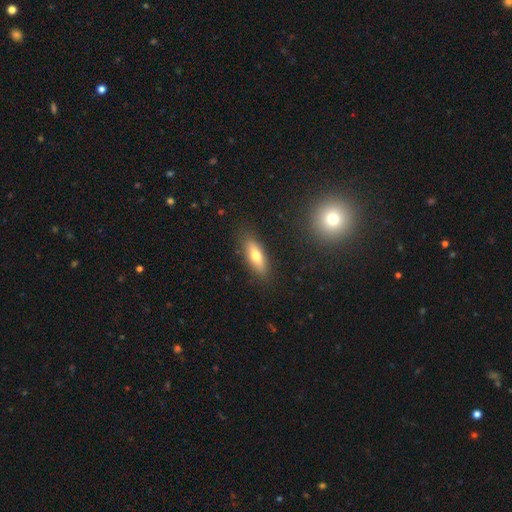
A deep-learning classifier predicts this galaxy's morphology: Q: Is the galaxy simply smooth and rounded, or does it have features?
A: smooth — 67%.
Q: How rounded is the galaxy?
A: in between — 62%.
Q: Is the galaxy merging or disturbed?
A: none — 85%.